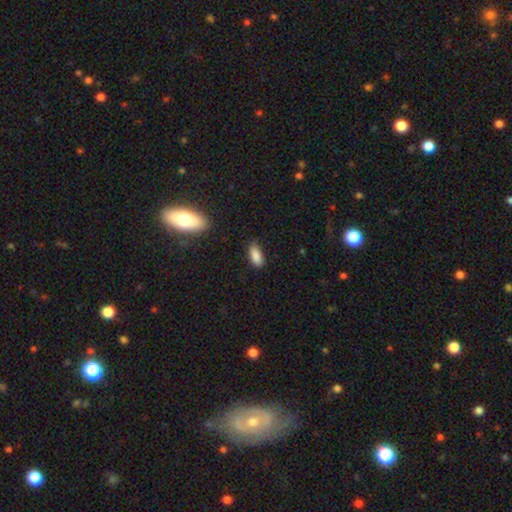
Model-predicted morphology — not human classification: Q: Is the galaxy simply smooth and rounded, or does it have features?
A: smooth — 87%.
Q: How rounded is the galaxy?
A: in between — 86%.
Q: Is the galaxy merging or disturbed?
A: none — 69%.